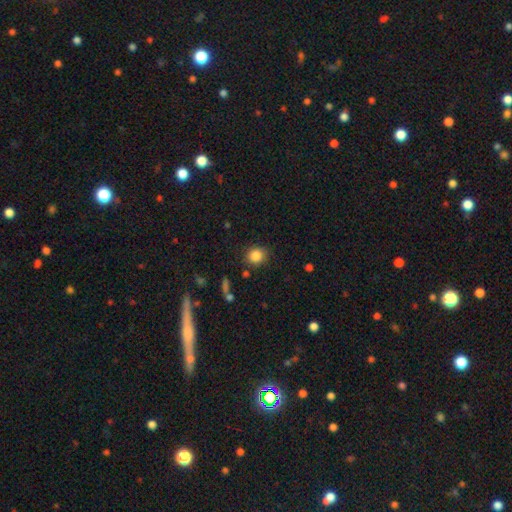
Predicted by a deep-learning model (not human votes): Smooth or featured?
  - smooth: 85% *
  - star or artifact: 11%
  - featured or disk: 5%
How rounded?
  - round: 82% *
  - in between: 17%
  - cigar-shaped: 1%
Merging?
  - none: 84% *
  - minor disturbance: 10%
  - major disturbance: 3%
  - merger: 3%